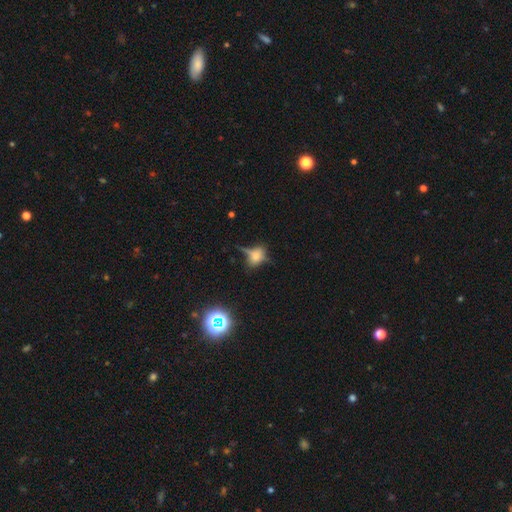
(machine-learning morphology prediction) Smooth or featured? smooth (46%)
Merging? none (53%)